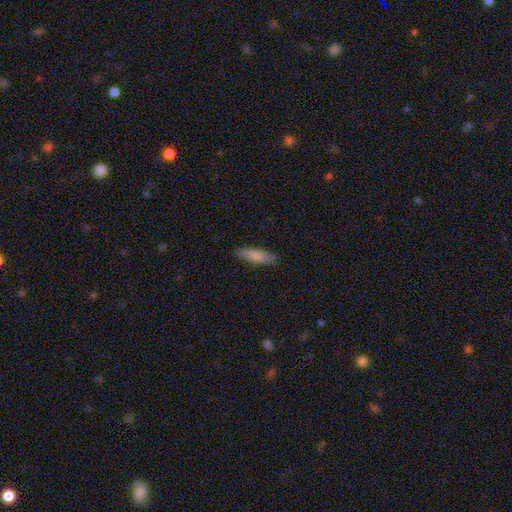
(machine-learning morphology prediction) A smooth galaxy with no disk features (82%) that is cigar-shaped (62%).

Vote fractions:
- Smooth or featured? smooth: 82% / featured or disk: 12% / star or artifact: 6%
- How rounded? cigar-shaped: 62% / in between: 36% / round: 2%
- Merging? none: 86% / minor disturbance: 11% / major disturbance: 2% / merger: 1%